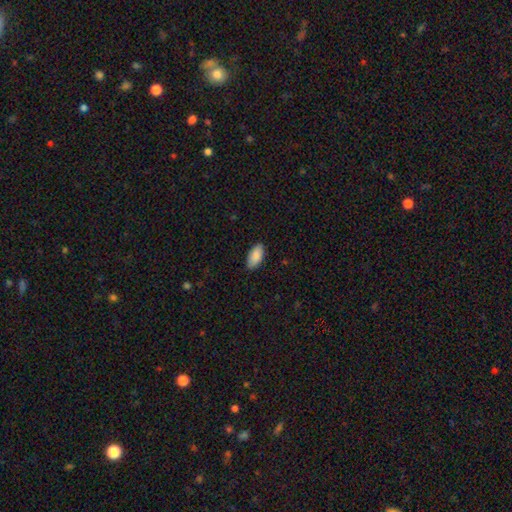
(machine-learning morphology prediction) The model was most divided on "merging": none: 86%, minor disturbance: 11%, major disturbance: 2%, merger: 1%. More confident: how rounded — in between (93%); smooth or featured — smooth (88%).